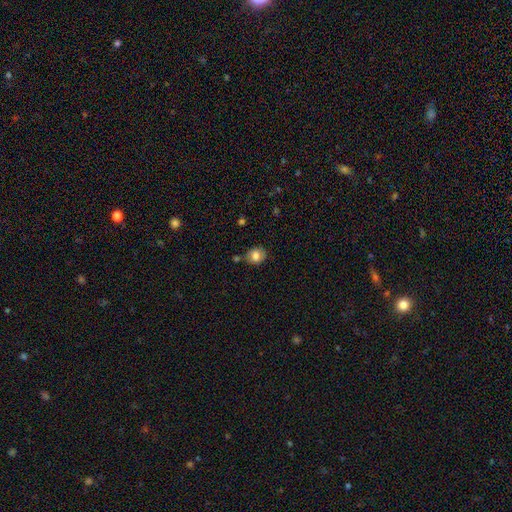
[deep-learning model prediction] smooth_or_featured: smooth (p=0.78) [alt: featured or disk p=0.13]
how_rounded: round (p=0.60) [alt: in between p=0.39]
merging: none (p=0.69) [alt: minor disturbance p=0.18]